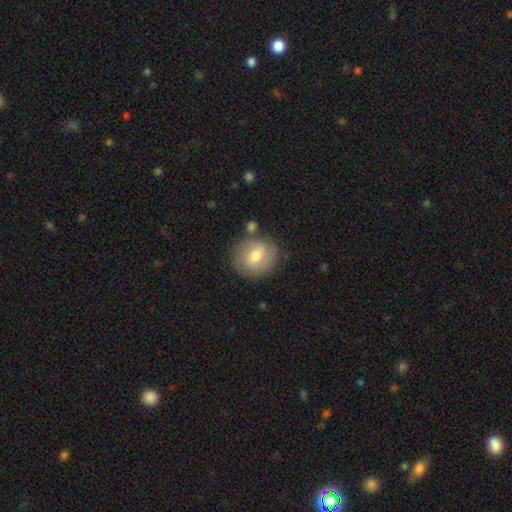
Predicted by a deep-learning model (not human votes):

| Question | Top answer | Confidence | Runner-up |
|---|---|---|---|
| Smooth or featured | smooth | 59% | featured or disk (33%) |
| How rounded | round | 80% | in between (19%) |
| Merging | none | 74% | minor disturbance (15%) |